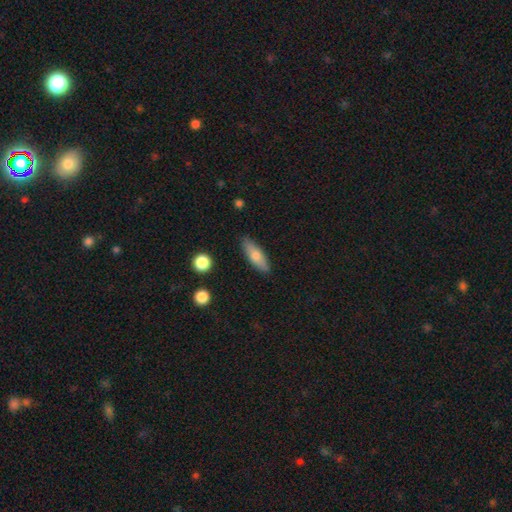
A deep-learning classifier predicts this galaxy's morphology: smooth-or-featured: smooth: 69% | featured or disk: 24% | star or artifact: 6%
  how-rounded: in between: 57% | cigar-shaped: 40% | round: 3%
  merging: none: 85% | minor disturbance: 11% | major disturbance: 2% | merger: 1%